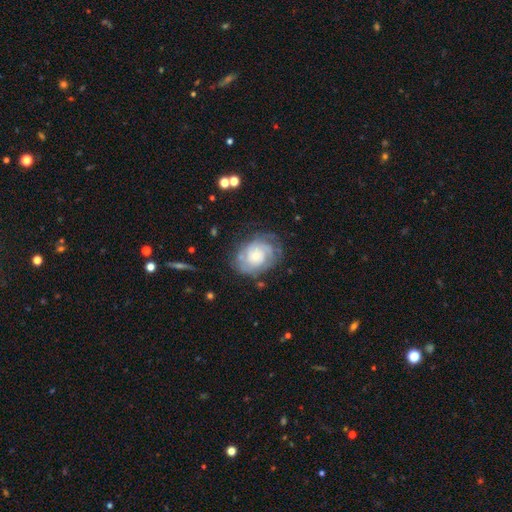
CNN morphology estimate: This appears to be a featured or disk galaxy (74%) with no bar (77%), tight (65%) spiral arms (89%) and a small central bulge (54%). Merging: none (65%).